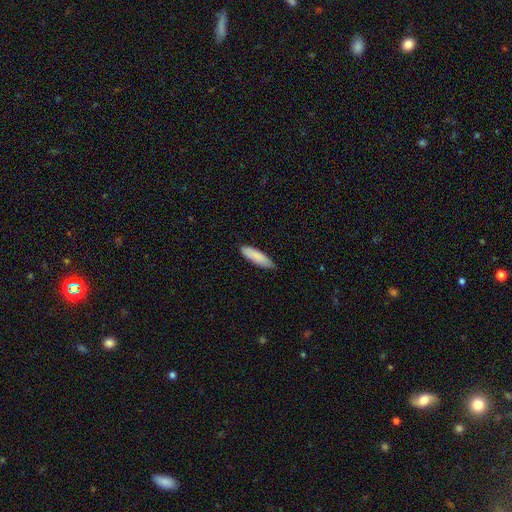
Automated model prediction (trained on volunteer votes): smooth-or-featured: smooth: 86% | featured or disk: 8% | star or artifact: 5%
  how-rounded: cigar-shaped: 60% | in between: 39% | round: 1%
  merging: none: 81% | minor disturbance: 15% | major disturbance: 2% | merger: 1%